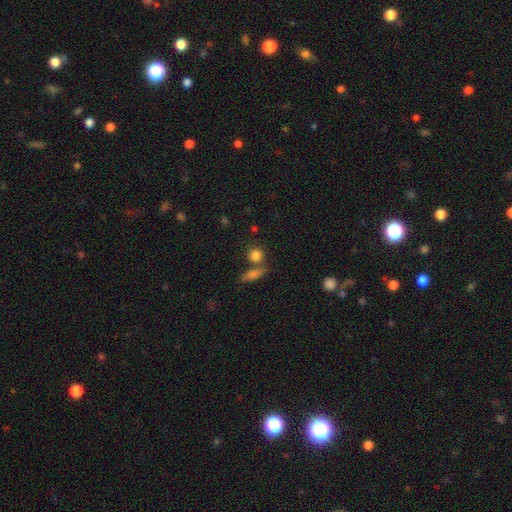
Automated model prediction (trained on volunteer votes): Overall: smooth (83%). How rounded: round (79%). Merging: none (65%).